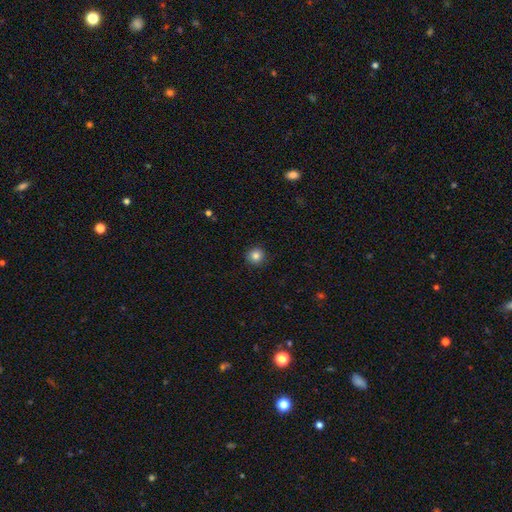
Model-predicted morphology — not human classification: A smooth galaxy with no disk features (83%) that is round (93%). Merging: none (91%).